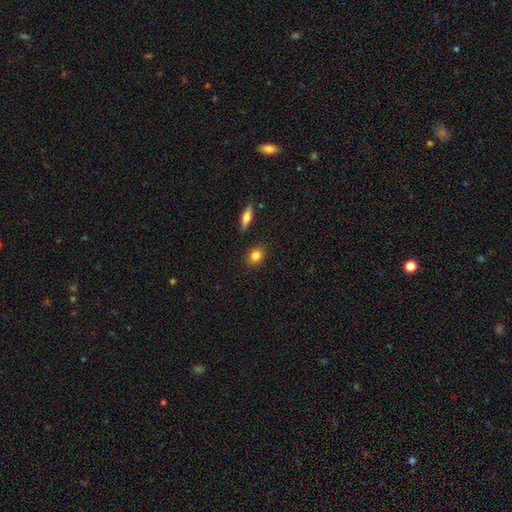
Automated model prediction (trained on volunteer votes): smooth_or_featured: smooth (p=0.83) [alt: star or artifact p=0.09]
how_rounded: round (p=0.49) [alt: in between p=0.48]
merging: none (p=0.87) [alt: minor disturbance p=0.08]